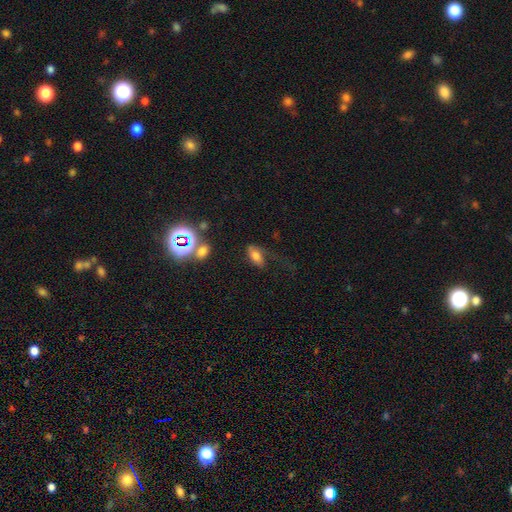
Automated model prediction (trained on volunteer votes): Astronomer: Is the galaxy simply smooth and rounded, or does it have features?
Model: smooth — 65%.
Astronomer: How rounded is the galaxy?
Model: in between — 87%.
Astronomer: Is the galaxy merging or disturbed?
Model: none — 51%.